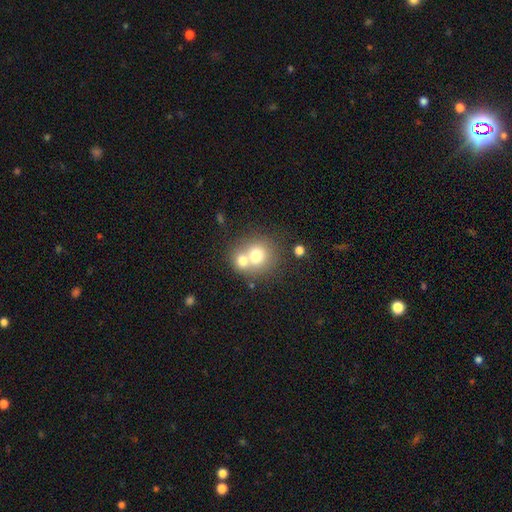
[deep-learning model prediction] Morphology: type=smooth (70%); roundness=round (80%); merging=merger (56%).